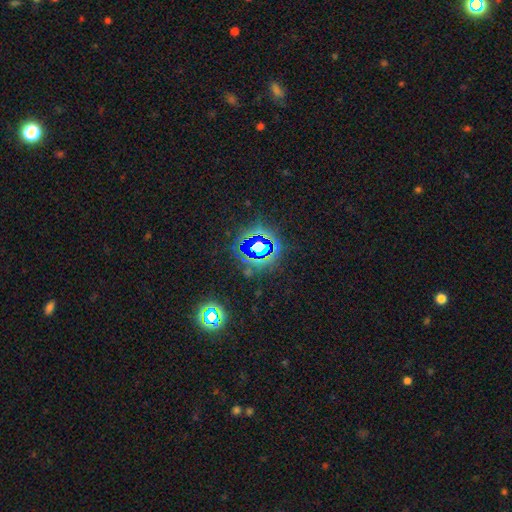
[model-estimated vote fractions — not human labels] A star or artifact, not a galaxy (79%).